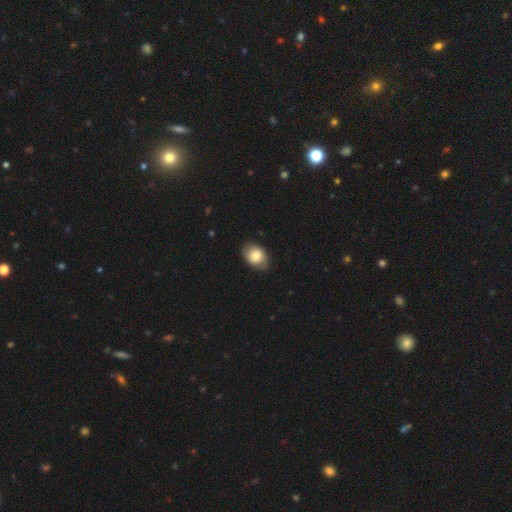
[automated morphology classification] This appears to be a smooth galaxy with no disk features (80%) that is in between round and cigar-shaped (75%). Merging: none (83%).